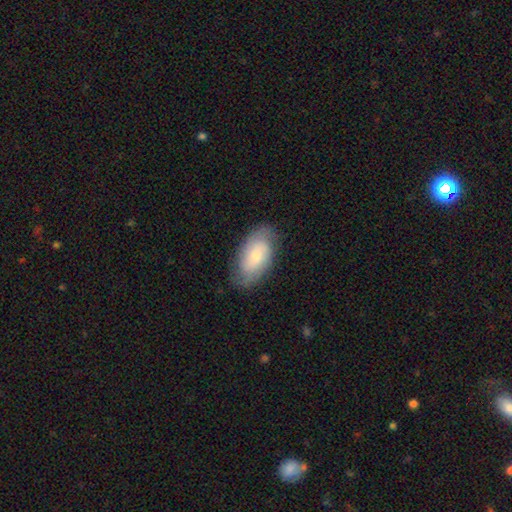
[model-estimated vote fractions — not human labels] Smooth or featured?
  - smooth: 52% *
  - featured or disk: 42%
  - star or artifact: 7%
How rounded?
  - in between: 93% *
  - round: 4%
  - cigar-shaped: 3%
Merging?
  - none: 77% *
  - minor disturbance: 18%
  - major disturbance: 5%
  - merger: 1%